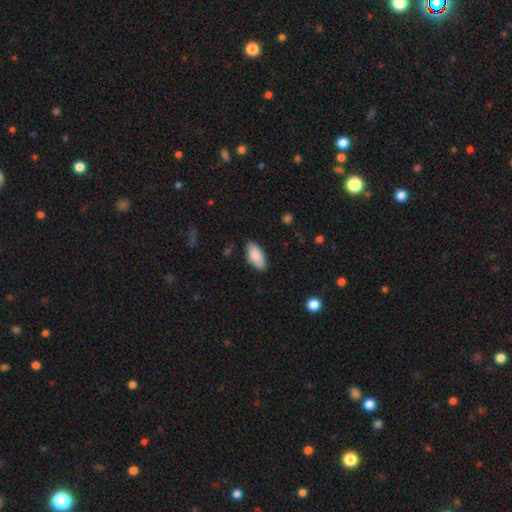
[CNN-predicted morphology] Smooth or featured?
  - smooth: 87% *
  - featured or disk: 7%
  - star or artifact: 6%
How rounded?
  - in between: 90% *
  - cigar-shaped: 8%
  - round: 2%
Merging?
  - none: 83% *
  - minor disturbance: 13%
  - major disturbance: 2%
  - merger: 1%